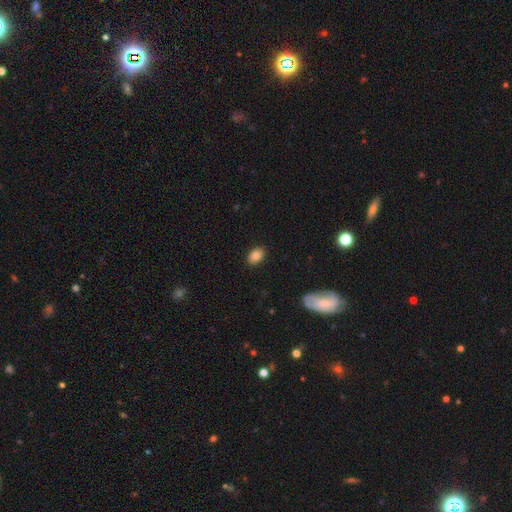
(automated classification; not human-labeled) Smooth or featured? smooth (83%)
How rounded? in between (83%)
Merging? none (89%)